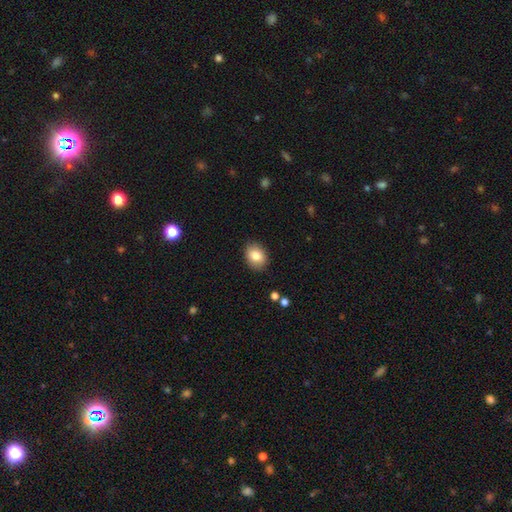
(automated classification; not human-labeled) Morphology: type=smooth (83%); roundness=in between (66%); merging=none (88%).